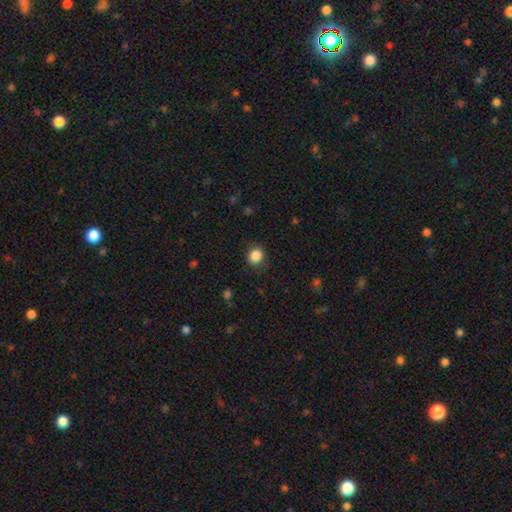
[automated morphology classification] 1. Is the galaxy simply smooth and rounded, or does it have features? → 87% smooth, 10% star or artifact, 3% featured or disk.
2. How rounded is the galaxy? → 78% round, 21% in between, 1% cigar-shaped.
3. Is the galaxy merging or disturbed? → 84% none, 11% minor disturbance, 4% major disturbance, 1% merger.